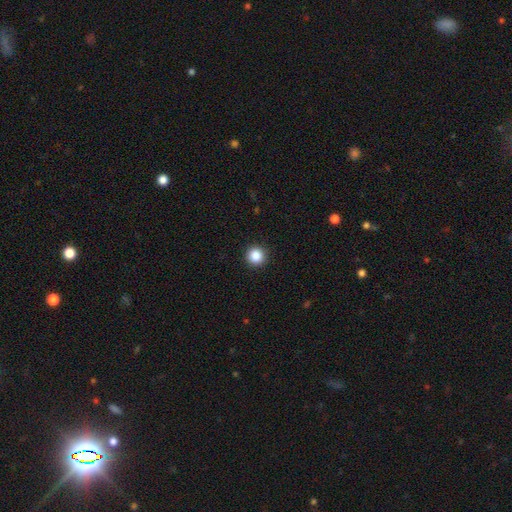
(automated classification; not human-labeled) A smooth galaxy with no disk features (87%) that is round (95%).

Vote fractions:
- Smooth or featured? smooth: 87% / star or artifact: 10% / featured or disk: 3%
- How rounded? round: 95% / in between: 4% / cigar-shaped: 1%
- Merging? none: 93% / minor disturbance: 4% / major disturbance: 2% / merger: 1%